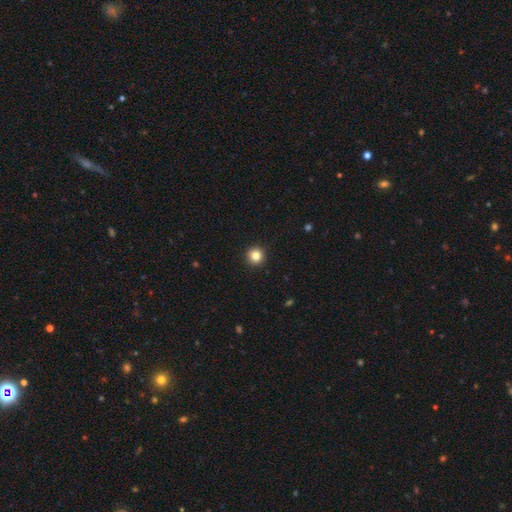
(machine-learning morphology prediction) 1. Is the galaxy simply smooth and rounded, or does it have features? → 83% smooth, 11% star or artifact, 5% featured or disk.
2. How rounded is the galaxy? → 96% round, 3% in between, 1% cigar-shaped.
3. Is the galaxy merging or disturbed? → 93% none, 4% minor disturbance, 1% major disturbance, 1% merger.